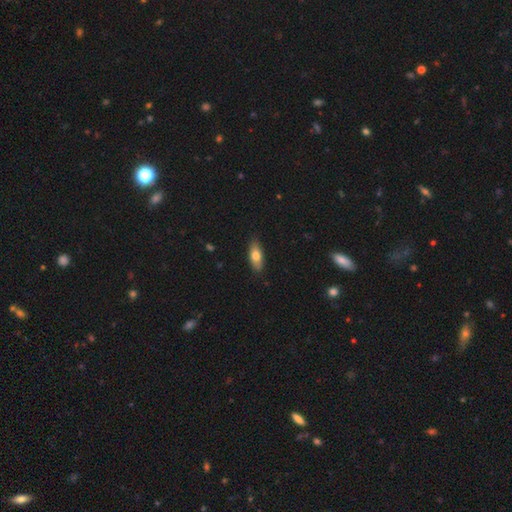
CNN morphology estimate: smooth 73%, featured or disk 21%, star or artifact 6%. Down the decision tree: how rounded — in between (77%); merging — none (86%).